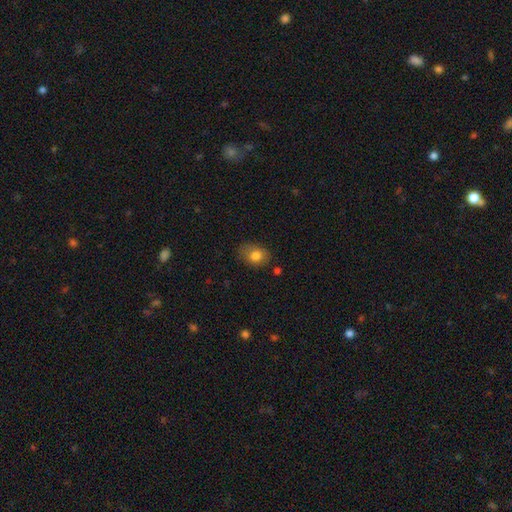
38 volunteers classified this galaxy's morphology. Smooth or featured? smooth (82%)
How rounded? in between (52%)
Merging? none (71%)